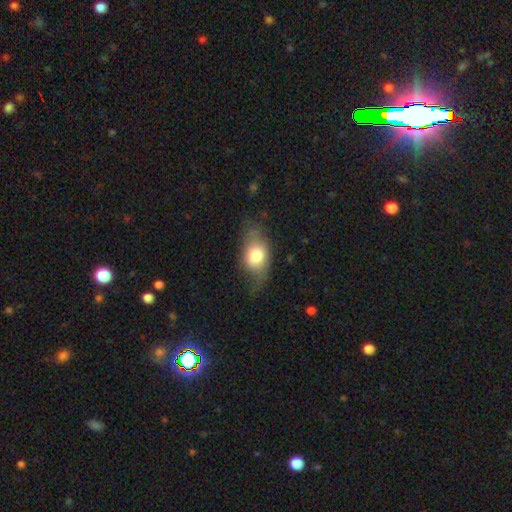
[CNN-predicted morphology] Smooth or featured? Predicted: smooth (p=0.69). How rounded? Predicted: in between (p=0.80). Merging? Predicted: none (p=0.55).